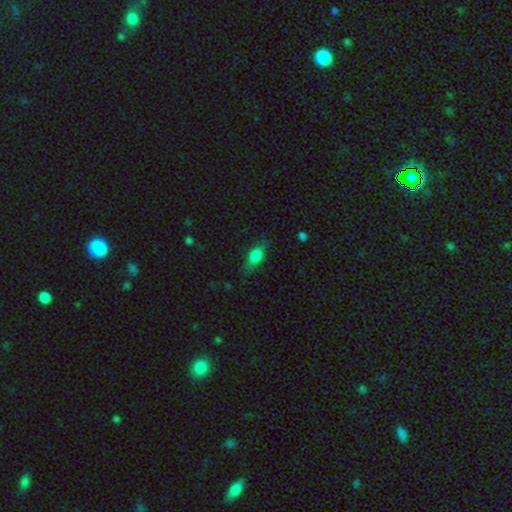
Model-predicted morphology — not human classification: type=smooth (76%); roundness=in between (77%); merging=none (72%).